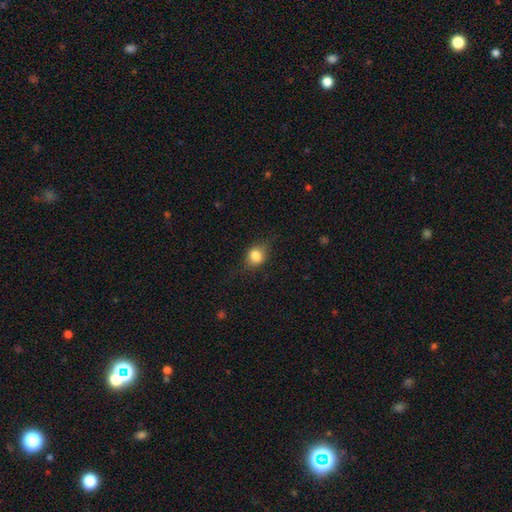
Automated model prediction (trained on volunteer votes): This appears to be a smooth galaxy with no disk features (78%) that is round (57%). Merging: none (74%).